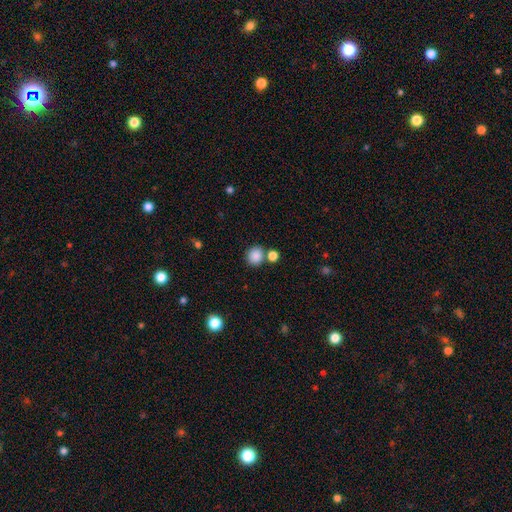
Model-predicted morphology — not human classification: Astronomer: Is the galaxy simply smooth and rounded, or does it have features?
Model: smooth — 86%.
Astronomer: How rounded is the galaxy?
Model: round — 81%.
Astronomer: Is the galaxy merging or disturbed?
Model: none — 69%.